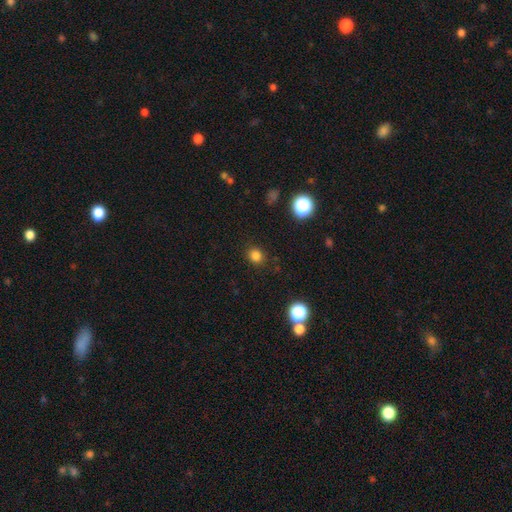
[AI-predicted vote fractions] smooth-or-featured: smooth: 81% | star or artifact: 15% | featured or disk: 4%
  how-rounded: round: 77% | in between: 22% | cigar-shaped: 1%
  merging: none: 89% | minor disturbance: 7% | major disturbance: 2% | merger: 1%